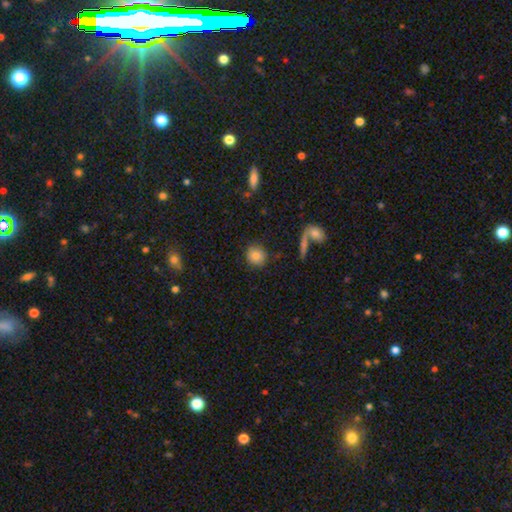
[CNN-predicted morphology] Q: Smooth or featured?
A: smooth (84%); runner-up: star or artifact (9%)
Q: How rounded?
A: round (86%); runner-up: in between (12%)
Q: Merging?
A: none (85%); runner-up: minor disturbance (8%)